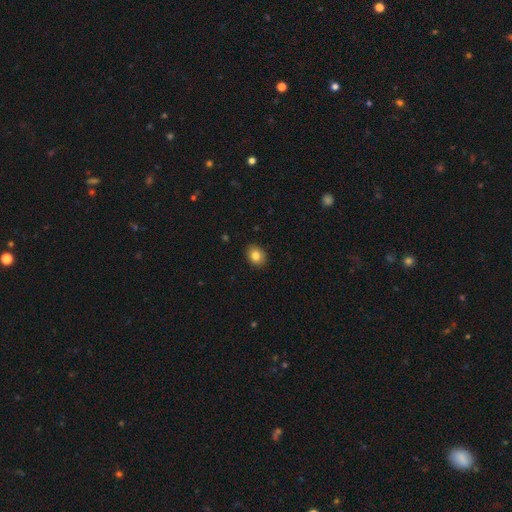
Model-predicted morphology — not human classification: smooth-or-featured: smooth: 83% | star or artifact: 9% | featured or disk: 8%
  how-rounded: in between: 50% | round: 49% | cigar-shaped: 1%
  merging: none: 90% | minor disturbance: 8% | major disturbance: 2% | merger: 1%